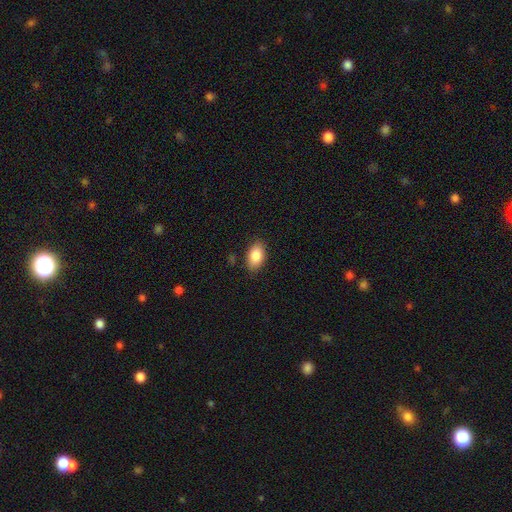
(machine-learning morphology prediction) This is clearly a smooth galaxy (87%). How rounded: clearly in between (92%). Merging: clearly none (86%).